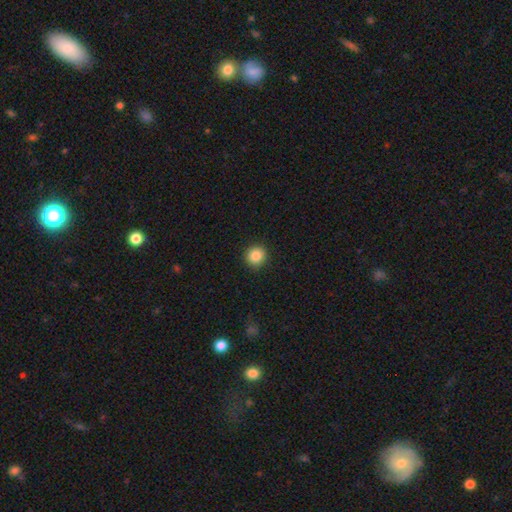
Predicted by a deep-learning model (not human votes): A smooth galaxy with no disk features (86%) that is round (92%). Merging: none (91%).